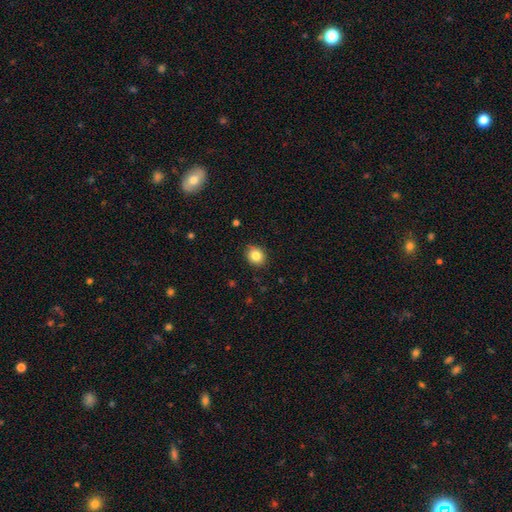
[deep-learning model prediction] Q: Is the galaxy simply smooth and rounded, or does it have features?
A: smooth — 83%.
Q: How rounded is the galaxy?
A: round — 73%.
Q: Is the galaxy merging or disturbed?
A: none — 89%.